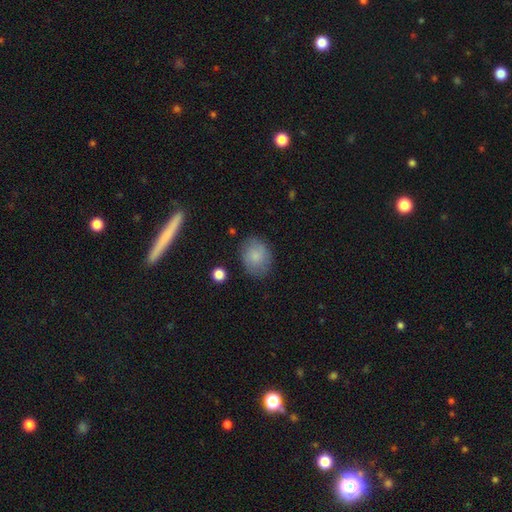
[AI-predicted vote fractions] The model was most divided on "how rounded": in between: 50%, round: 49%, cigar-shaped: 1%. More confident: merging — none (79%); smooth or featured — smooth (78%).